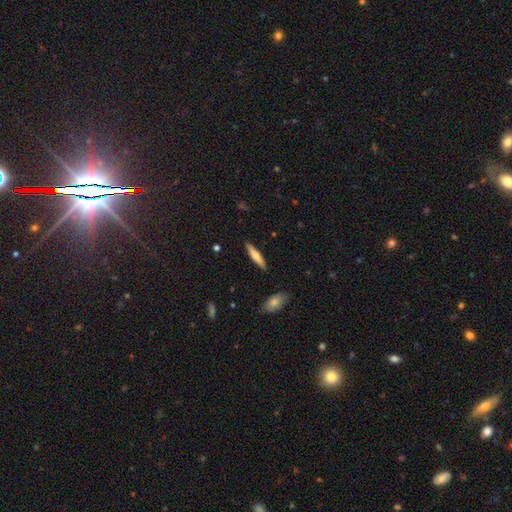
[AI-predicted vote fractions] A smooth galaxy with no disk features (59%) that is cigar-shaped (84%). Merging: none (89%).